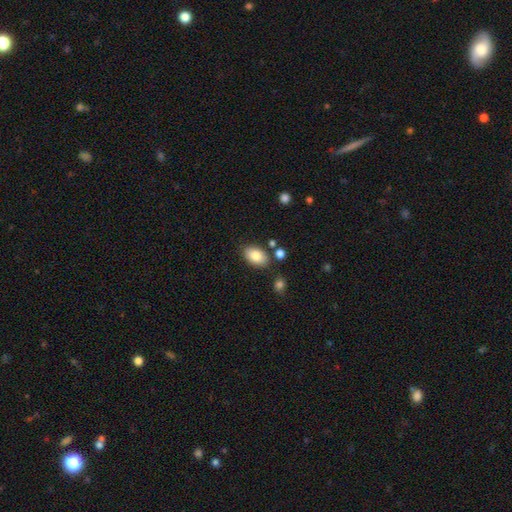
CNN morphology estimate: type=smooth (84%); roundness=in between (91%); merging=none (80%).